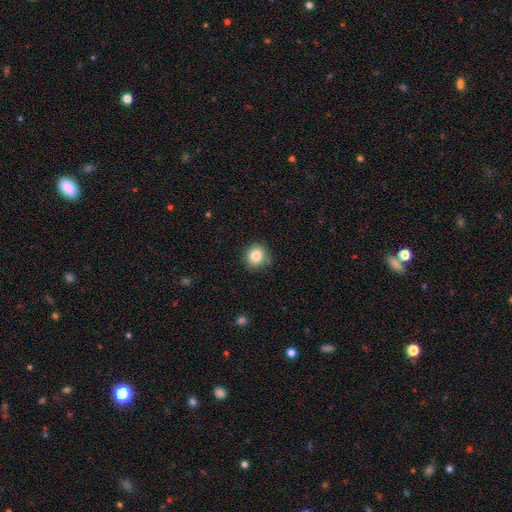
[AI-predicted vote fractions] Smooth or featured? Predicted: smooth (p=0.84). How rounded? Predicted: round (p=0.83). Merging? Predicted: none (p=0.83).